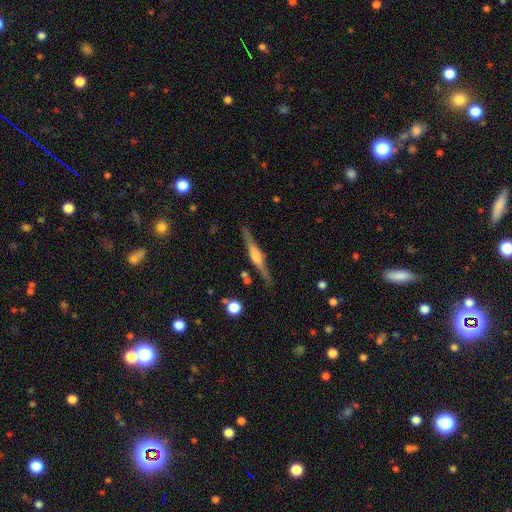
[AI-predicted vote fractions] Smooth or featured? featured or disk (72%)
Edge-on disk? yes (97%)
Edge-on bulge? rounded (66%)
Merging? none (86%)